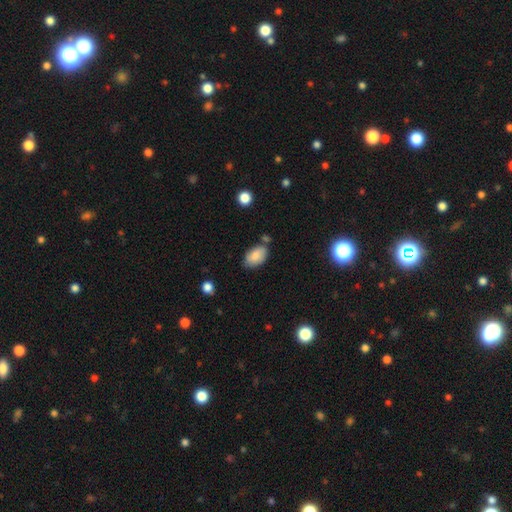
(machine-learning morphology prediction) Smooth or featured: smooth — 81% (featured or disk — 11%)
How rounded: in between — 92% (round — 6%)
Merging: none — 72% (minor disturbance — 18%)